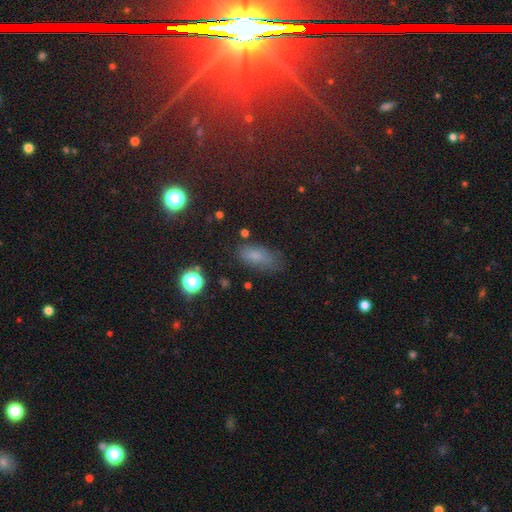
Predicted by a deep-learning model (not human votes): Smooth or featured: smooth — 70% (star or artifact — 18%)
How rounded: in between — 85% (cigar-shaped — 9%)
Merging: none — 66% (minor disturbance — 24%)